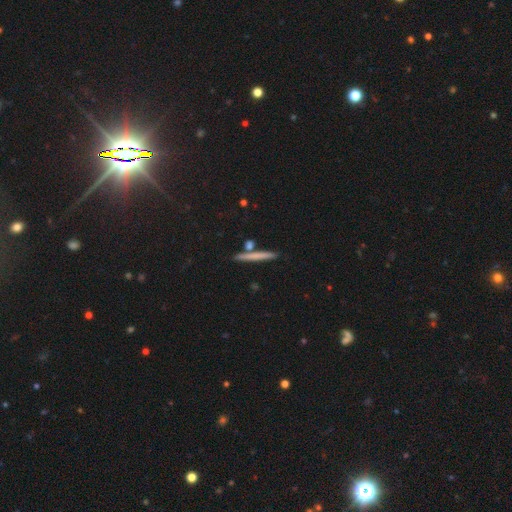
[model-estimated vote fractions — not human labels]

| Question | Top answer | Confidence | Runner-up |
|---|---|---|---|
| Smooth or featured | smooth | 62% | featured or disk (31%) |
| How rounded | cigar-shaped | 94% | in between (3%) |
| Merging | none | 83% | merger (8%) |